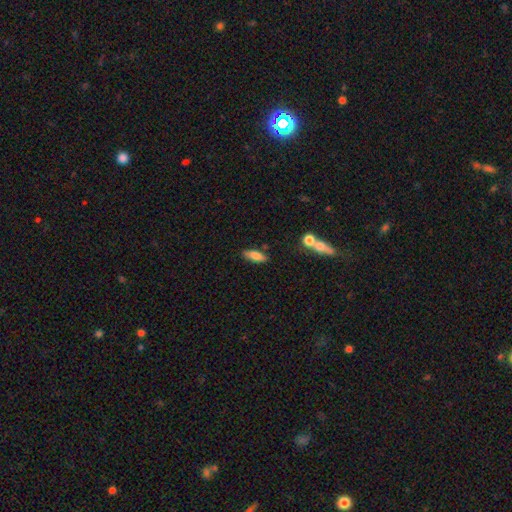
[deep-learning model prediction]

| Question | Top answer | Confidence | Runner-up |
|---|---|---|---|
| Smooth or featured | smooth | 78% | featured or disk (15%) |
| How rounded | in between | 71% | cigar-shaped (26%) |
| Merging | none | 76% | minor disturbance (14%) |